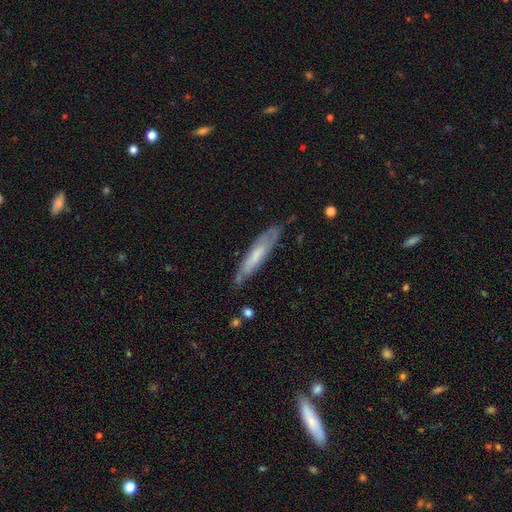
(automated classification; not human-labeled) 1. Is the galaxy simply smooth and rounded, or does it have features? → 47% smooth, 46% featured or disk, 6% star or artifact.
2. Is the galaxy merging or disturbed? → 72% none, 21% minor disturbance, 5% major disturbance, 2% merger.